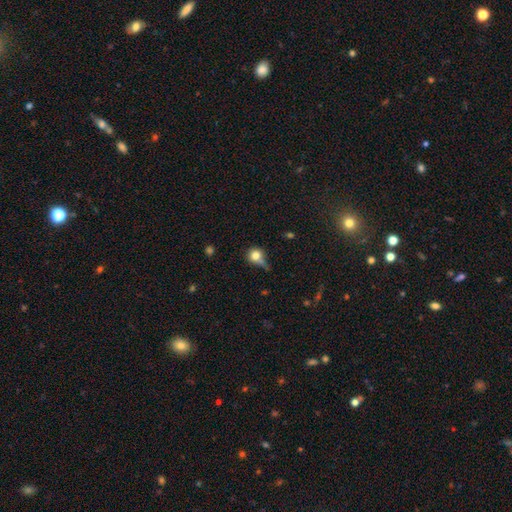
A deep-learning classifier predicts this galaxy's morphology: Smooth or featured? smooth (75%)
How rounded? round (79%)
Merging? none (40%)